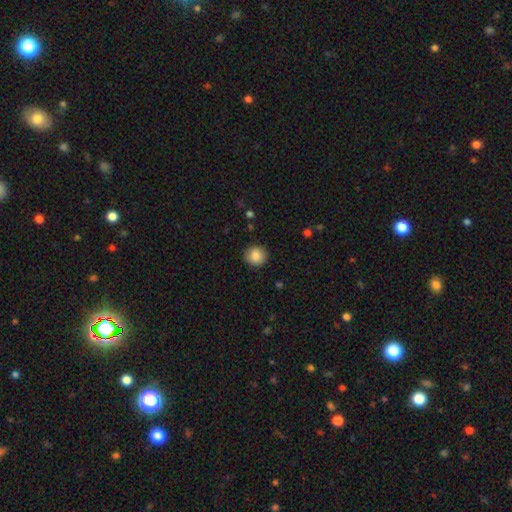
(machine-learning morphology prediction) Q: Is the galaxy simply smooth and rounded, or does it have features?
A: smooth — 87%.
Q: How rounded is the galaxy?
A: round — 90%.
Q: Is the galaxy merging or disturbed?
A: none — 89%.